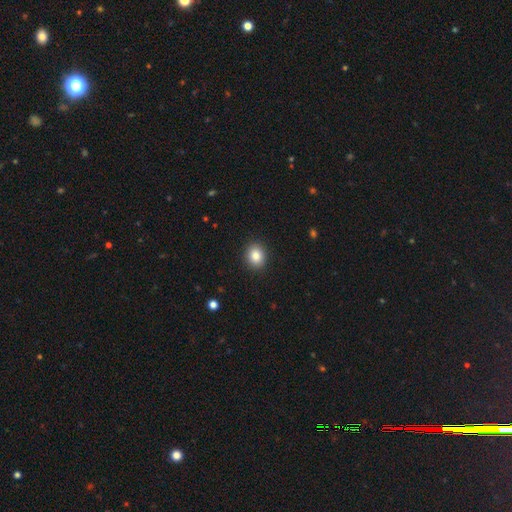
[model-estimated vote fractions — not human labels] Overall: smooth (84%). How rounded: round (61%; in between 38%). Merging: none (91%).